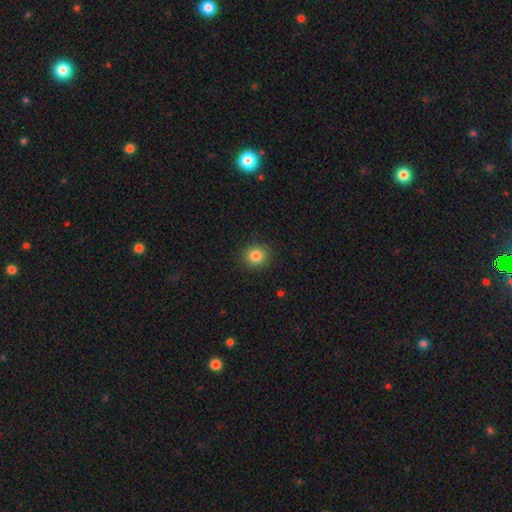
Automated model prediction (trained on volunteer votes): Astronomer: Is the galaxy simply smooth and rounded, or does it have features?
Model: smooth — 84%.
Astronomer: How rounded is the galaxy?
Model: round — 84%.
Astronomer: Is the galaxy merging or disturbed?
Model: none — 90%.